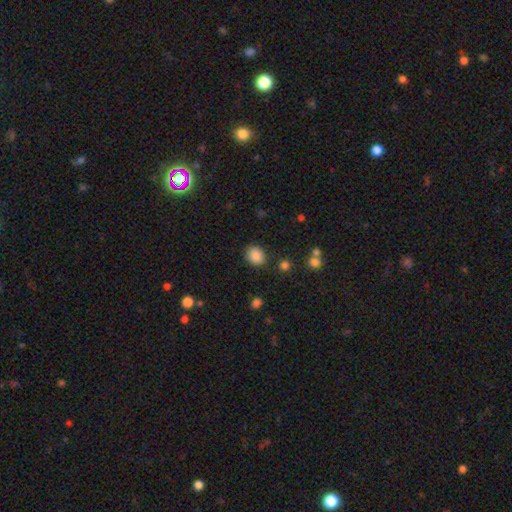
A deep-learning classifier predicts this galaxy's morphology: Overall: smooth (86%). How rounded: round (59%; in between 40%). Merging: none (85%).